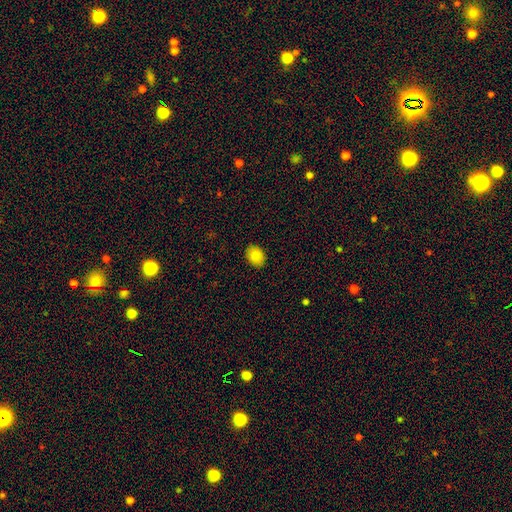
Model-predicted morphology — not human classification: smooth-or-featured: smooth: 85% | star or artifact: 8% | featured or disk: 7%
  how-rounded: in between: 67% | round: 32% | cigar-shaped: 1%
  merging: none: 89% | minor disturbance: 8% | major disturbance: 2% | merger: 1%